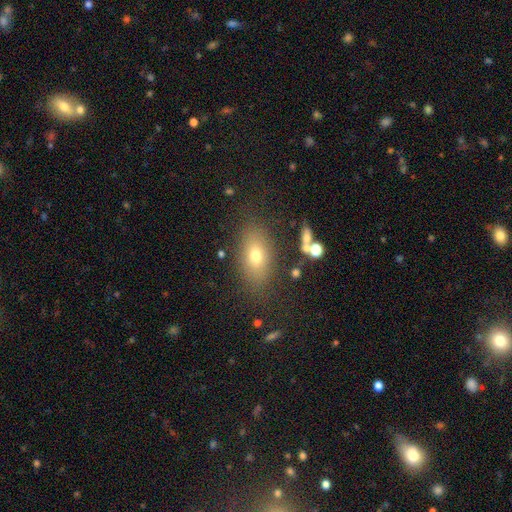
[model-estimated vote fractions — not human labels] Overall: smooth (68%). How rounded: in between (82%). Merging: none (80%).